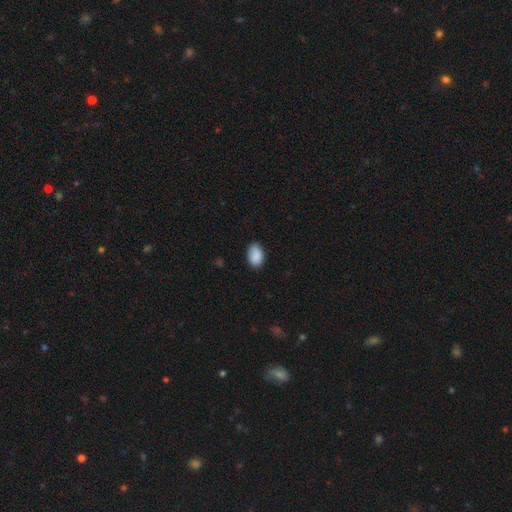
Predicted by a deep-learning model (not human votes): A smooth galaxy with no disk features (90%) that is in between round and cigar-shaped (88%). Merging: none (84%).